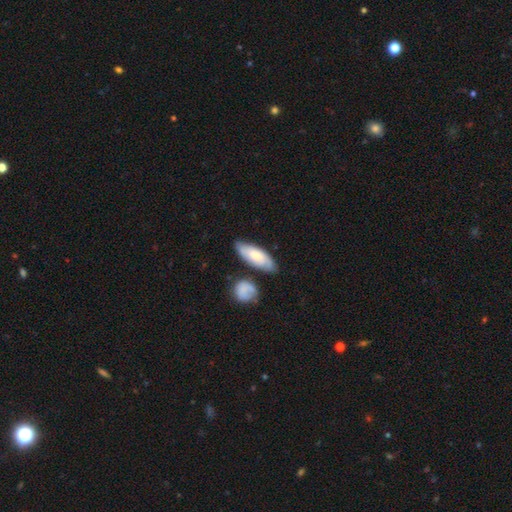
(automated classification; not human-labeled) Q: Smooth or featured?
A: smooth (53%); runner-up: featured or disk (41%)
Q: How rounded?
A: in between (72%); runner-up: cigar-shaped (25%)
Q: Merging?
A: none (70%); runner-up: minor disturbance (18%)